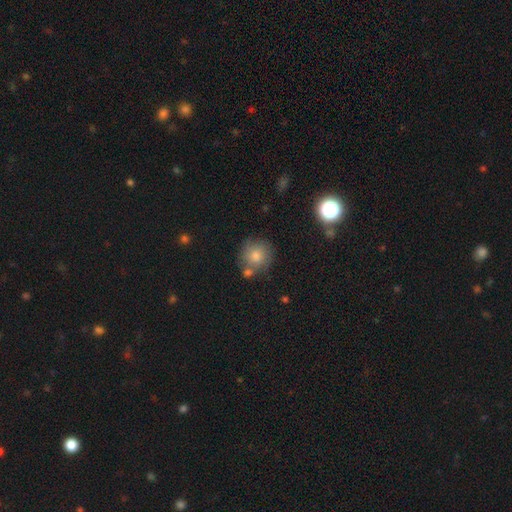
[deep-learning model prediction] Smooth or featured: smooth — 78% (featured or disk — 13%)
How rounded: round — 90% (in between — 9%)
Merging: none — 65% (minor disturbance — 15%)